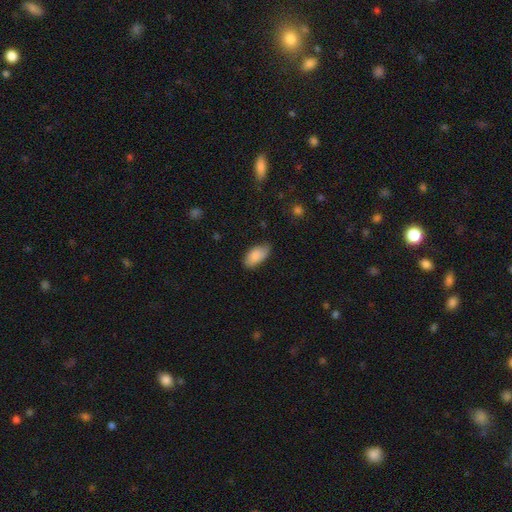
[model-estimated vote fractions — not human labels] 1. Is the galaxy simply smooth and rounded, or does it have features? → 86% smooth, 8% featured or disk, 6% star or artifact.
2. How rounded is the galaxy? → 94% in between, 3% cigar-shaped, 3% round.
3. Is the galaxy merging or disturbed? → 73% none, 22% minor disturbance, 4% major disturbance, 1% merger.